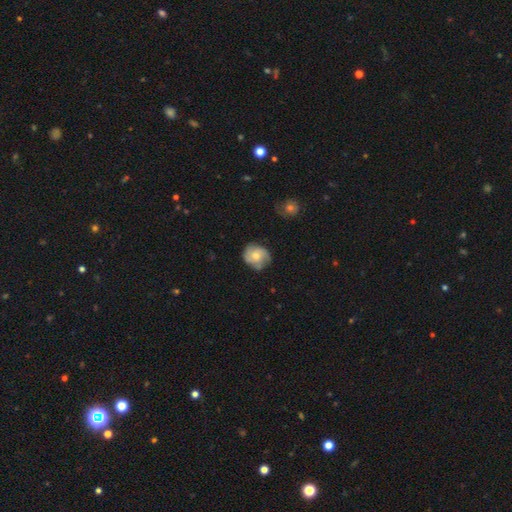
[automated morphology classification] The model was most divided on "smooth or featured": featured or disk: 50%, smooth: 43%, star or artifact: 7%. More confident: merging — none (67%).